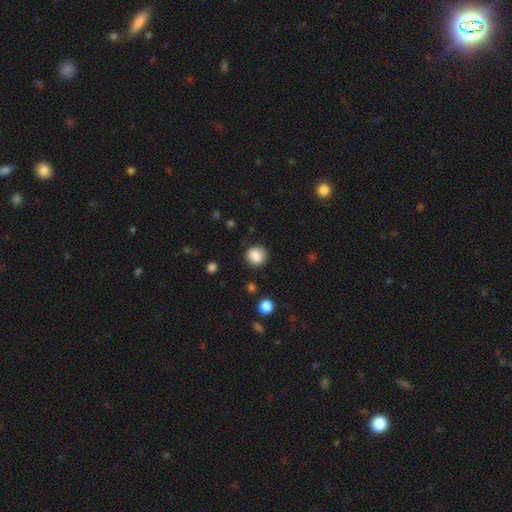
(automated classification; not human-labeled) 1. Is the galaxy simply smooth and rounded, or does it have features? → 86% smooth, 9% star or artifact, 4% featured or disk.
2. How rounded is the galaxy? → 86% round, 13% in between, 1% cigar-shaped.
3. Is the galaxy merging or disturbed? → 86% none, 10% minor disturbance, 3% major disturbance, 2% merger.